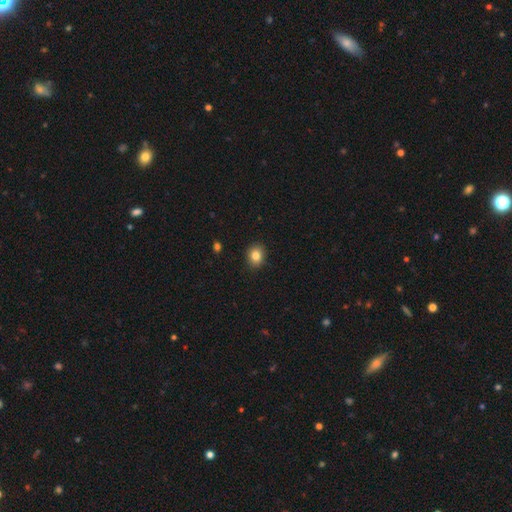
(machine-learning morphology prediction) Overall: smooth (83%). How rounded: round (61%; in between 38%). Merging: none (90%).